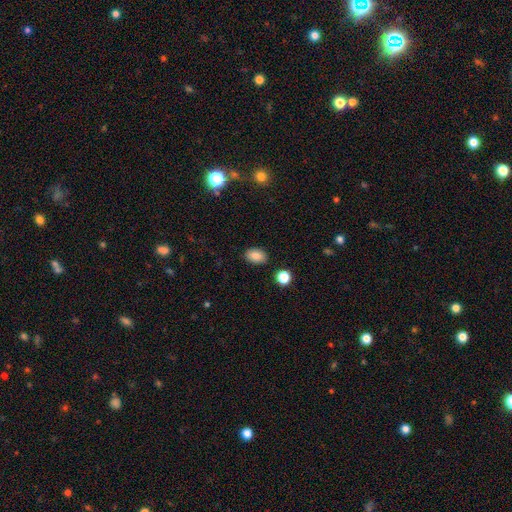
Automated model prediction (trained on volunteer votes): smooth 84%, star or artifact 9%, featured or disk 6%. Down the decision tree: how rounded — in between (82%); merging — none (87%).